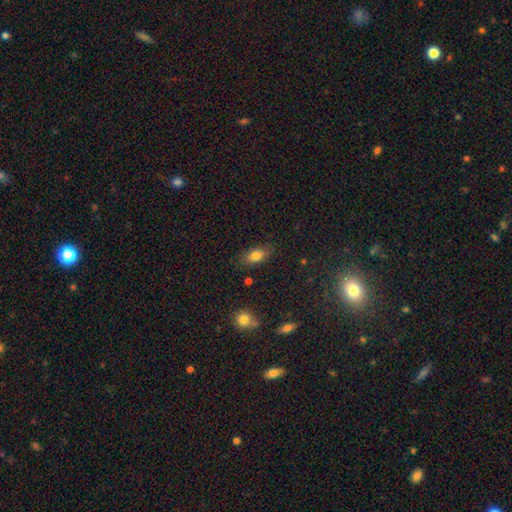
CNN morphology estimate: A smooth galaxy with no disk features (79%) that is in between round and cigar-shaped (86%). Merging: none (82%).